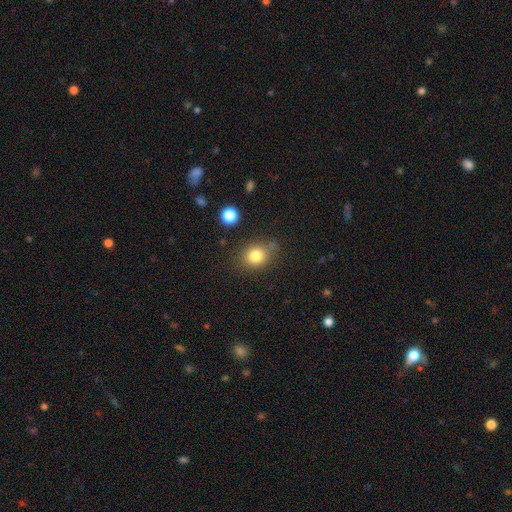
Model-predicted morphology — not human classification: smooth 80%, star or artifact 12%, featured or disk 8%. Down the decision tree: how rounded — round (65%); merging — none (71%).